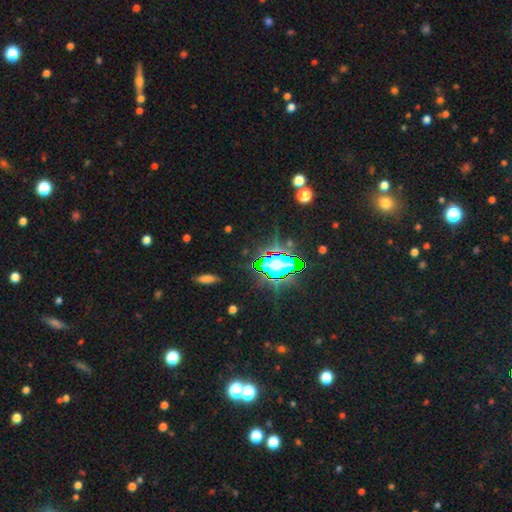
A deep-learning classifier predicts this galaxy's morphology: Overall: star or artifact (80%).